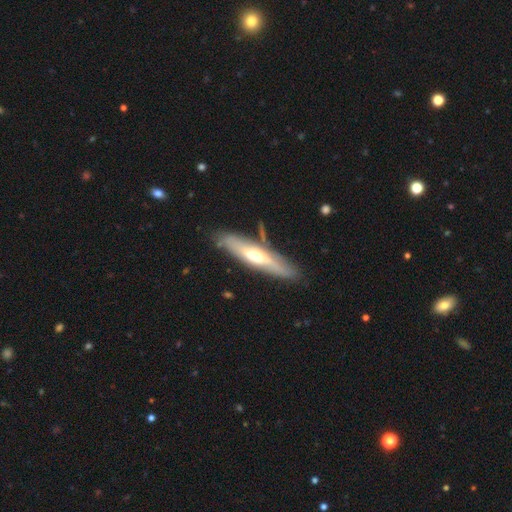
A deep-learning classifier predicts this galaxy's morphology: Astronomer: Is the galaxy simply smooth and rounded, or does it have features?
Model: featured or disk — 55% (runner-up: smooth, 40%).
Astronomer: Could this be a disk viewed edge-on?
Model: yes — 70%.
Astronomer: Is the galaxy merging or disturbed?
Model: none — 77%.